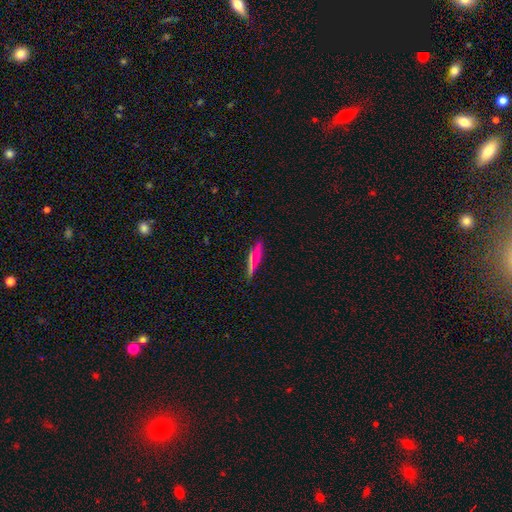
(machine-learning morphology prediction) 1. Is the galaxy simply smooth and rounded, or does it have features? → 53% smooth, 34% featured or disk, 13% star or artifact.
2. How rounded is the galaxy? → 83% cigar-shaped, 13% in between, 4% round.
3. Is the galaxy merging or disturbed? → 73% none, 17% minor disturbance, 5% major disturbance, 5% merger.